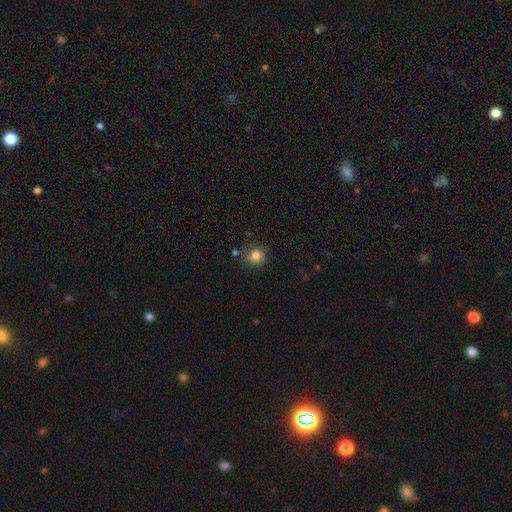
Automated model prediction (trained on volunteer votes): This appears to be a smooth galaxy with no disk features (83%) that is round (84%). Merging: none (79%).